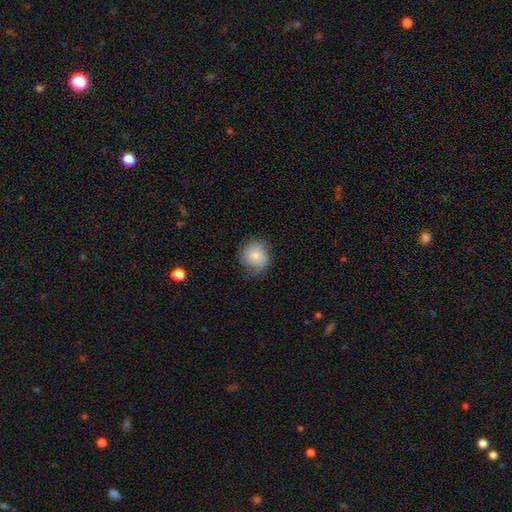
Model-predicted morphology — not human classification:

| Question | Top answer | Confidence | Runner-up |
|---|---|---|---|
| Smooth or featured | smooth | 75% | featured or disk (17%) |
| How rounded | round | 87% | in between (12%) |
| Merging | none | 61% | minor disturbance (27%) |